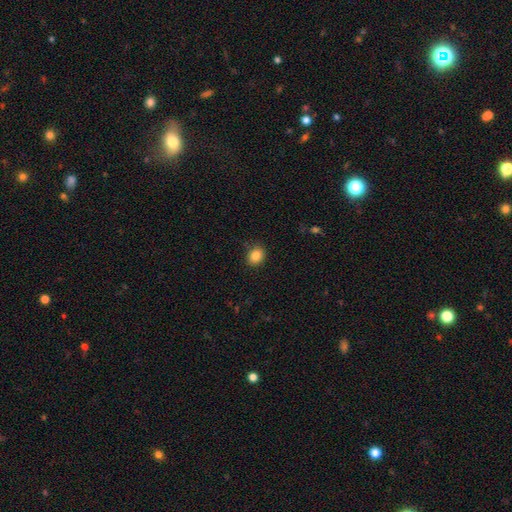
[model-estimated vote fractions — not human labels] A smooth galaxy with no disk features (85%) that is round (56%).

Vote fractions:
- Smooth or featured? smooth: 85% / star or artifact: 10% / featured or disk: 5%
- How rounded? round: 56% / in between: 43% / cigar-shaped: 1%
- Merging? none: 86% / minor disturbance: 10% / major disturbance: 3% / merger: 1%